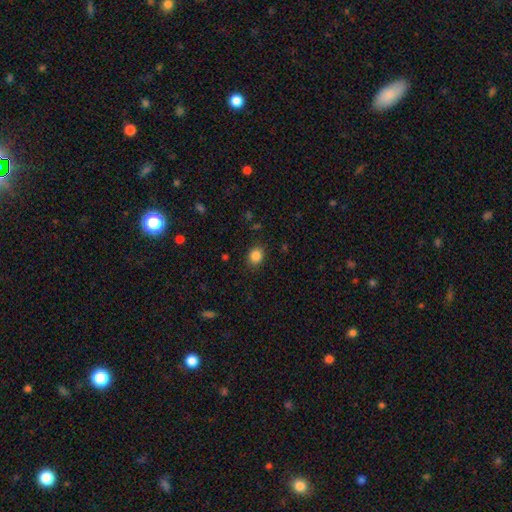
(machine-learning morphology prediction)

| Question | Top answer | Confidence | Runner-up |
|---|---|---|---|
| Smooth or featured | smooth | 85% | star or artifact (11%) |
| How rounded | round | 65% | in between (35%) |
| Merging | none | 86% | minor disturbance (10%) |